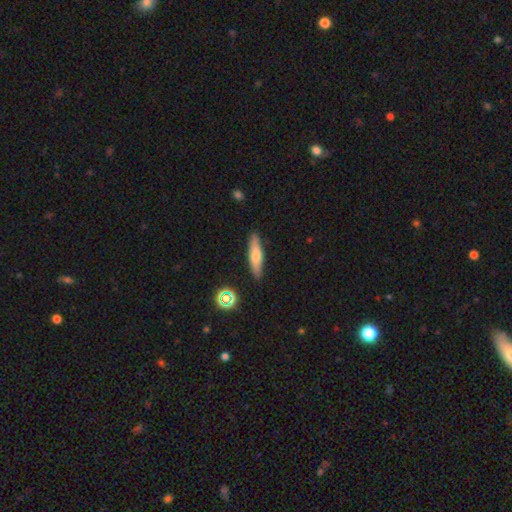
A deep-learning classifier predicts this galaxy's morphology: type=smooth (62%); roundness=cigar-shaped (71%); merging=none (87%).